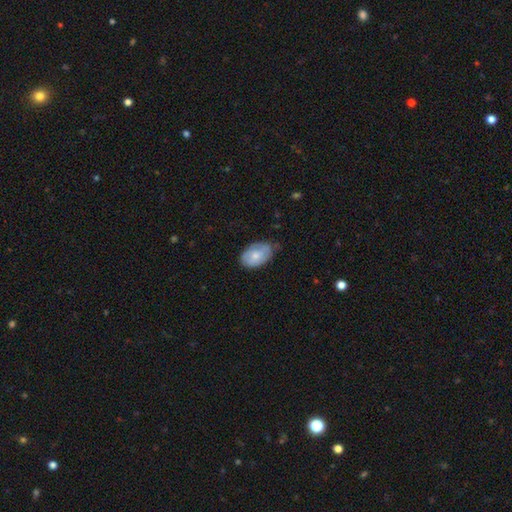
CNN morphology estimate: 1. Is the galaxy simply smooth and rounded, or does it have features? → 68% smooth, 26% featured or disk, 6% star or artifact.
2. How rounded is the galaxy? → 90% in between, 9% round, 1% cigar-shaped.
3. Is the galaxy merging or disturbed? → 59% none, 33% minor disturbance, 6% major disturbance, 2% merger.